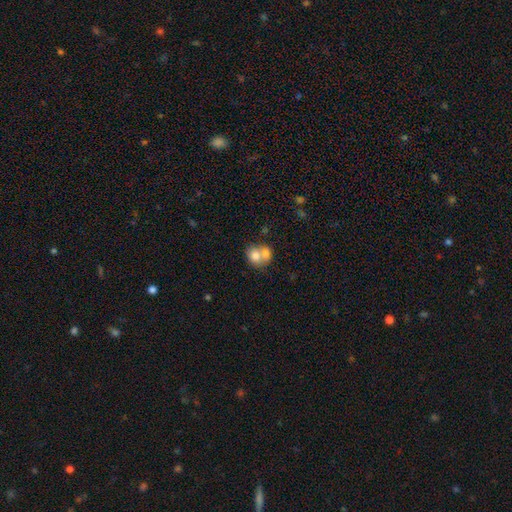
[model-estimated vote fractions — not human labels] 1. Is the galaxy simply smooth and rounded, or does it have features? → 72% smooth, 19% featured or disk, 9% star or artifact.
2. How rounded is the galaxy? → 64% round, 36% in between, 1% cigar-shaped.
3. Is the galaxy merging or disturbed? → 67% merger, 24% none, 6% minor disturbance, 3% major disturbance.